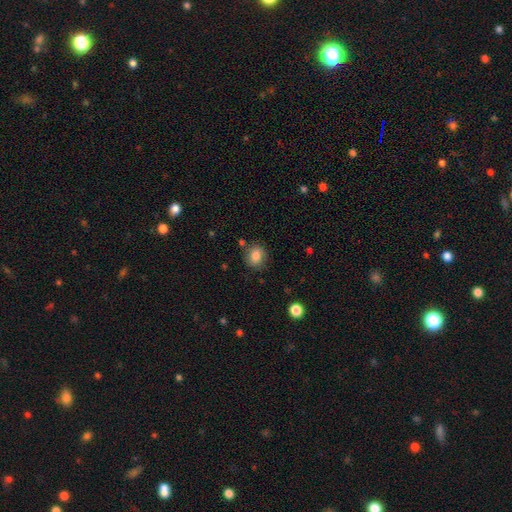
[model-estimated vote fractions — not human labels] Smooth or featured?
  - smooth: 82% *
  - star or artifact: 9%
  - featured or disk: 8%
How rounded?
  - round: 66% *
  - in between: 33%
  - cigar-shaped: 1%
Merging?
  - none: 81% *
  - minor disturbance: 12%
  - merger: 3%
  - major disturbance: 3%